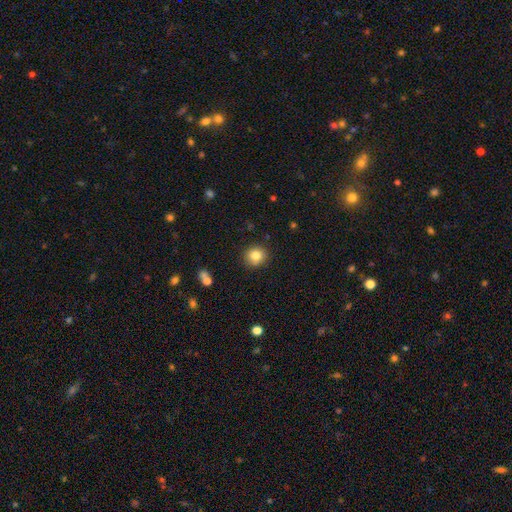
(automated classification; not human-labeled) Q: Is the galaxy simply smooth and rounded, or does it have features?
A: smooth — 83%.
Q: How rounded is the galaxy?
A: round — 87%.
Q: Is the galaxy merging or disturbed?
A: none — 88%.